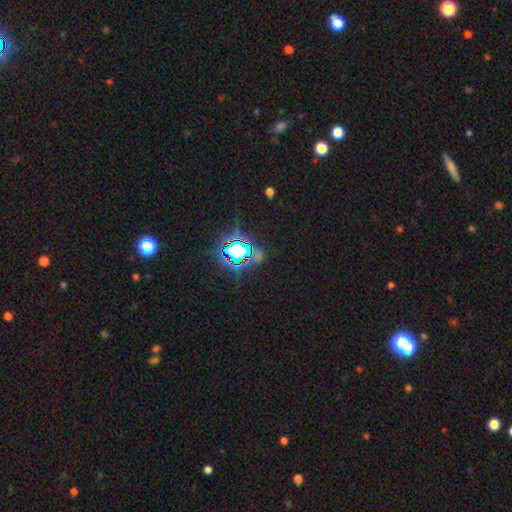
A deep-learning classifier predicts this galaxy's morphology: This is likely a star or artifact rather than a galaxy (78%).